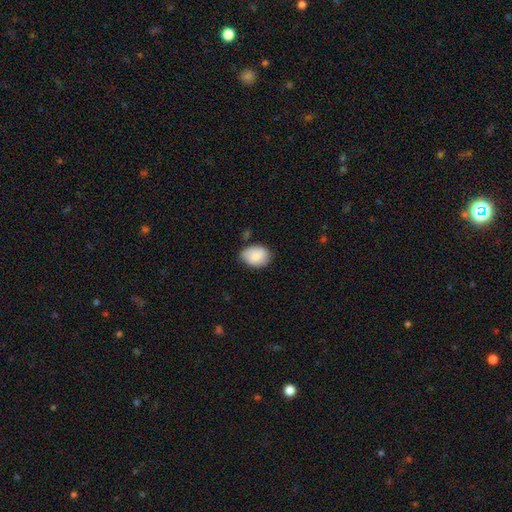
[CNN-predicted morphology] This is clearly a smooth galaxy (86%). How rounded: likely in between (76%). Merging: likely none (69%).